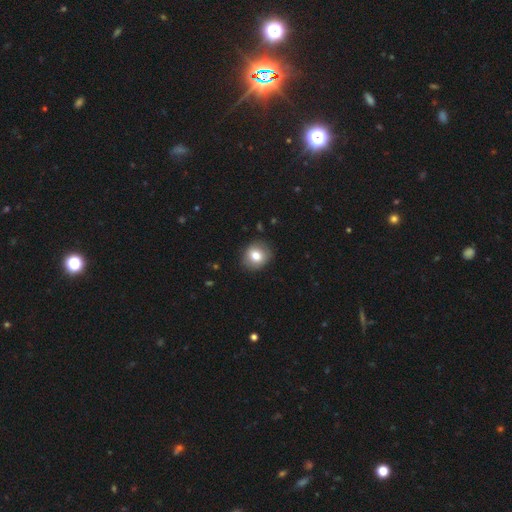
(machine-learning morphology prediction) type=smooth (77%); roundness=round (80%); merging=none (87%).